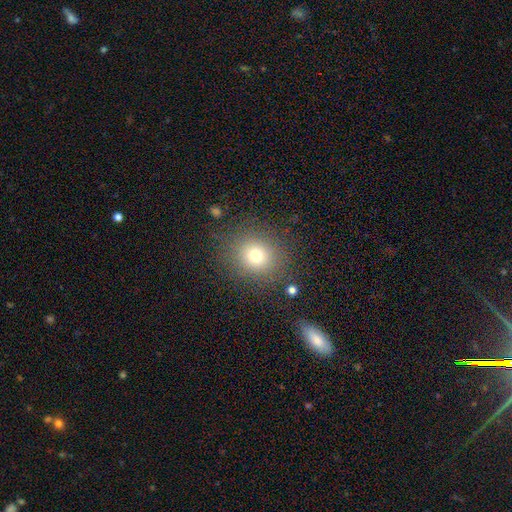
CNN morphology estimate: smooth_or_featured: smooth (p=0.74) [alt: star or artifact p=0.16]
how_rounded: round (p=0.82) [alt: in between p=0.17]
merging: none (p=0.85) [alt: minor disturbance p=0.09]